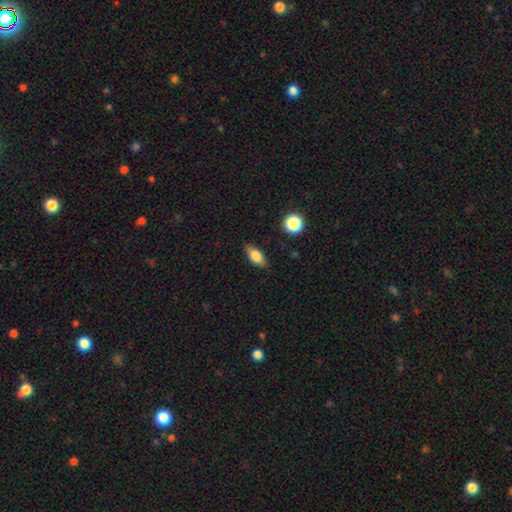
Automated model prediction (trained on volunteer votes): smooth_or_featured: smooth (p=0.67) [alt: featured or disk p=0.24]
how_rounded: in between (p=0.79) [alt: cigar-shaped p=0.13]
merging: none (p=0.82) [alt: minor disturbance p=0.14]